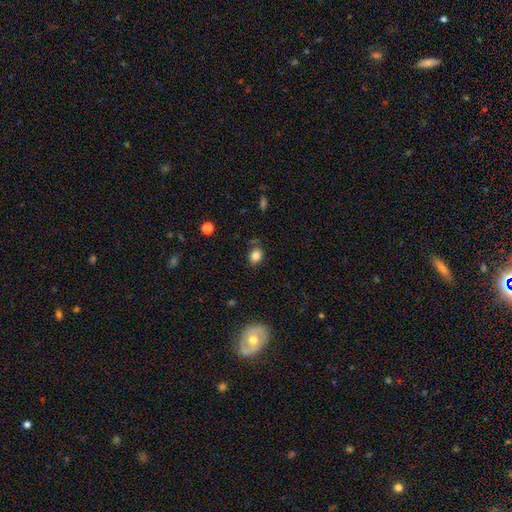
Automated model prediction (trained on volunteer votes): Morphology: type=smooth (82%); roundness=in between (56%); merging=none (75%).